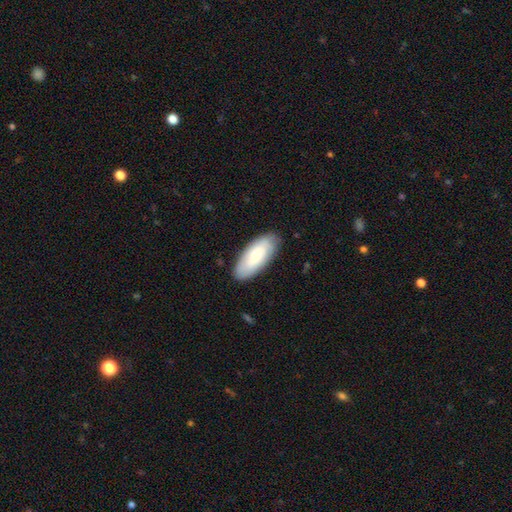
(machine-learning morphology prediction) Smooth or featured: smooth — 63% (featured or disk — 32%)
How rounded: in between — 85% (cigar-shaped — 14%)
Merging: none — 84% (minor disturbance — 12%)